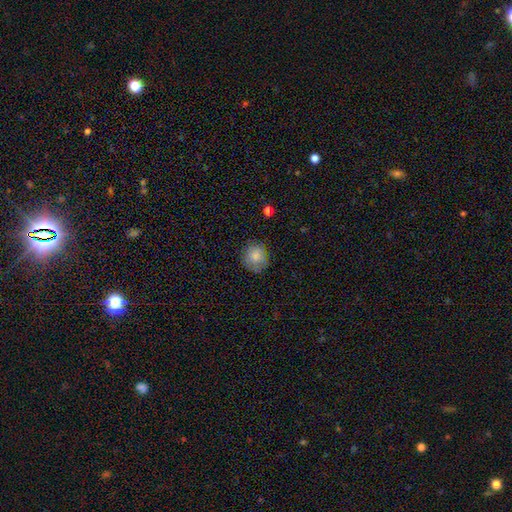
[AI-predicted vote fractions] A smooth galaxy with no disk features (82%) that is round (79%). Merging: none (75%).